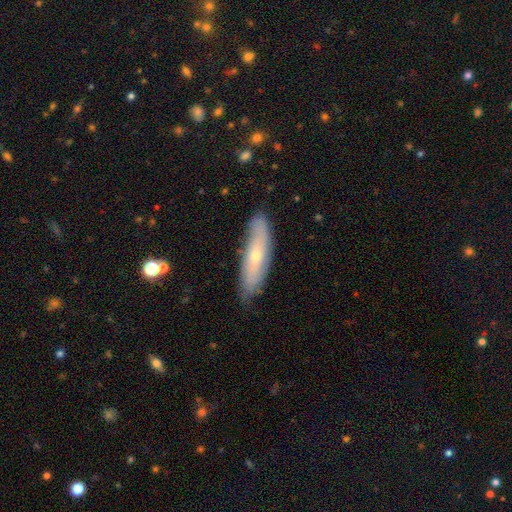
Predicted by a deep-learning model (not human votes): Overall: featured or disk (47%, tied with smooth). Merging: none (78%).